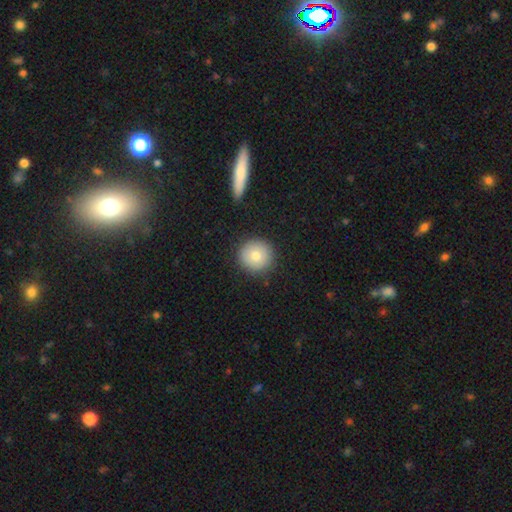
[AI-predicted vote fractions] The model was most divided on "smooth or featured": smooth: 77%, featured or disk: 14%, star or artifact: 8%. More confident: how rounded — round (94%); merging — none (89%).